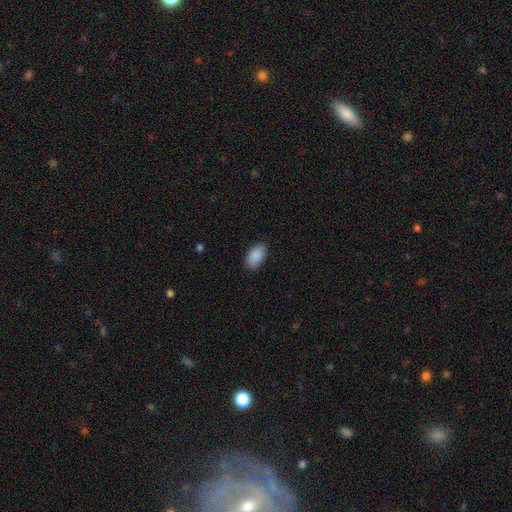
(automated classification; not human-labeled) smooth 89%, star or artifact 7%, featured or disk 4%. Down the decision tree: how rounded — in between (94%); merging — none (85%).